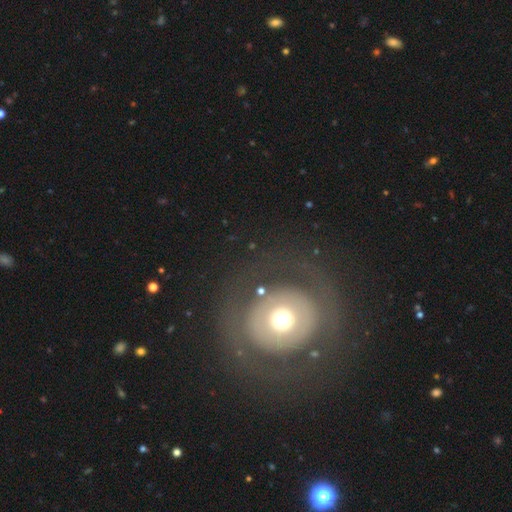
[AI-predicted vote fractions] Smooth or featured? featured or disk (63%)
Edge-on disk? no (96%)
Bar? no (77%)
Spiral arms? no (59%)
Bulge size? moderate (62%)
Merging? none (83%)